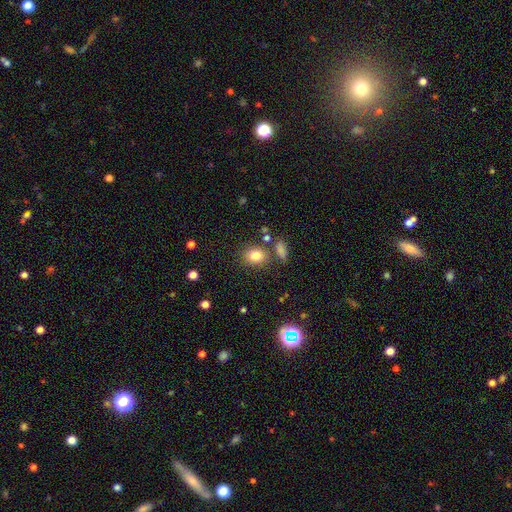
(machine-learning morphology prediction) Smooth or featured?
  - smooth: 80% *
  - star or artifact: 12%
  - featured or disk: 8%
How rounded?
  - round: 53% *
  - in between: 46%
  - cigar-shaped: 1%
Merging?
  - none: 73% *
  - minor disturbance: 12%
  - merger: 10%
  - major disturbance: 4%